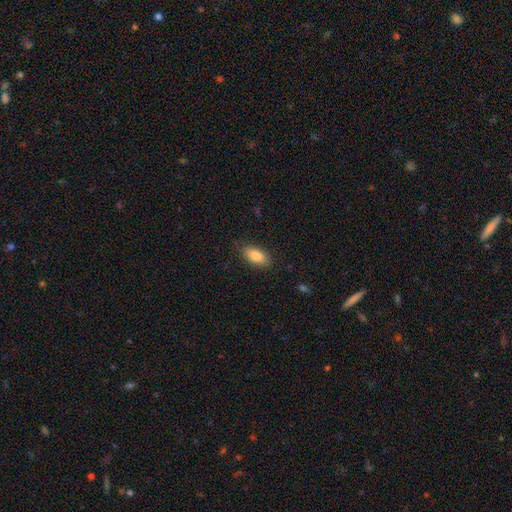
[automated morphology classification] A smooth galaxy with no disk features (85%) that is in between round and cigar-shaped (88%). Merging: none (85%).